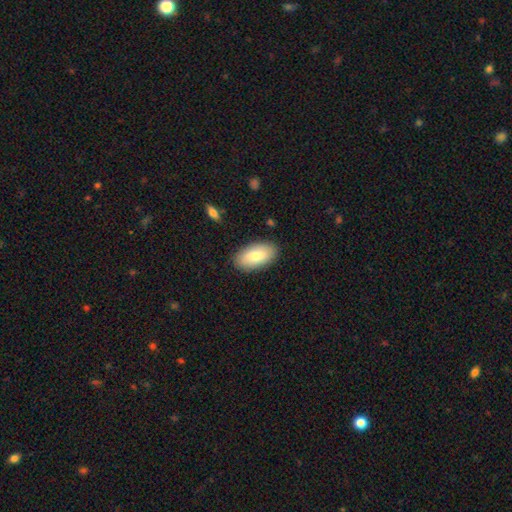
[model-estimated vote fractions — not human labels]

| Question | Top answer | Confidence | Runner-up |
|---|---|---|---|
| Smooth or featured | smooth | 80% | featured or disk (14%) |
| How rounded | in between | 94% | cigar-shaped (3%) |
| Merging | none | 87% | minor disturbance (9%) |